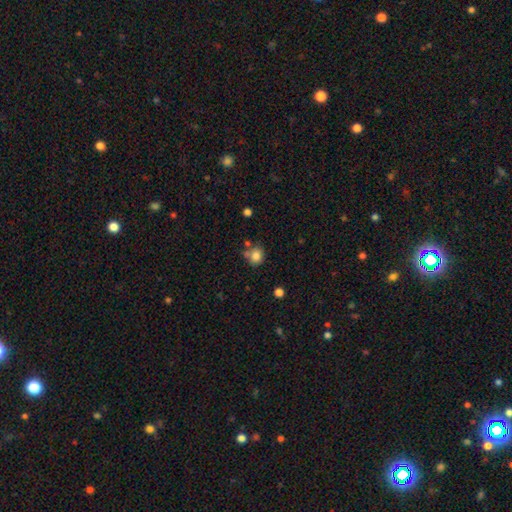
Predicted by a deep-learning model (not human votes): A smooth galaxy with no disk features (82%) that is round (73%). Merging: none (59%).